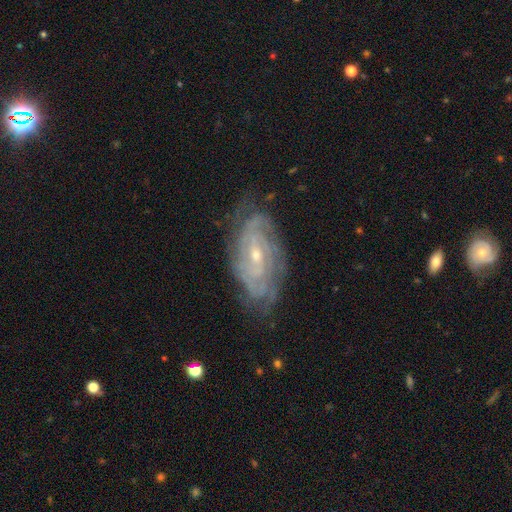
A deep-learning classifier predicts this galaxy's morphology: featured or disk 87%, smooth 7%, star or artifact 6%. Down the decision tree: edge-on disk — no (94%); bar — no (45%); spiral arms — yes (96%); spiral arm count — can't tell (35%); spiral winding — tight (70%); bulge size — small (65%); merging — none (72%).